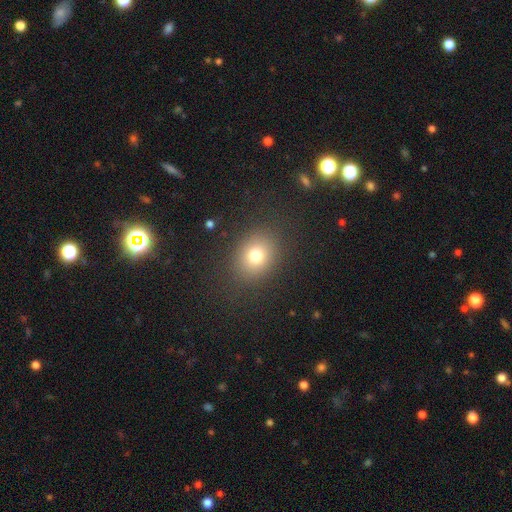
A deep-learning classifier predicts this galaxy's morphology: This appears to be a smooth galaxy with no disk features (75%) that is round (57%). Merging: none (84%).